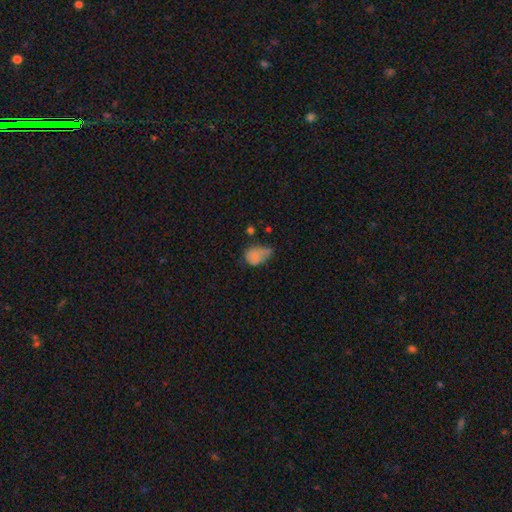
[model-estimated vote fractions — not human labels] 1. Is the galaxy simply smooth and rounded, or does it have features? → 72% smooth, 16% featured or disk, 12% star or artifact.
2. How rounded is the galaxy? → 71% in between, 27% round, 2% cigar-shaped.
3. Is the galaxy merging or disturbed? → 41% minor disturbance, 27% major disturbance, 25% none, 6% merger.